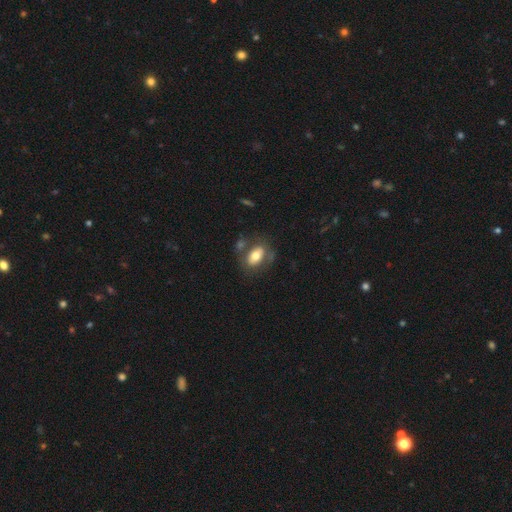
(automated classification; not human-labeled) A smooth galaxy with no disk features (67%) that is in between round and cigar-shaped (86%). Merging: none (61%).